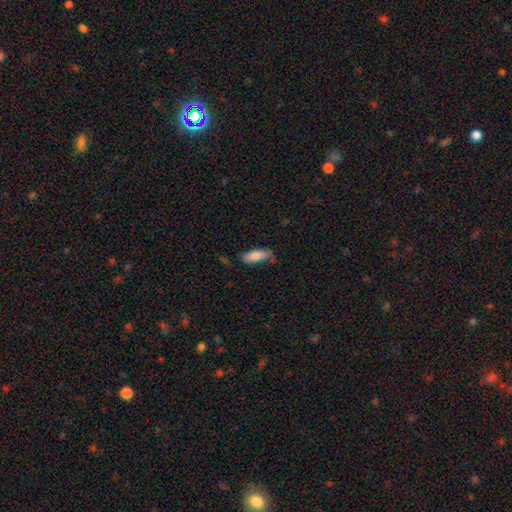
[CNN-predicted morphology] This is clearly a smooth galaxy (85%). How rounded: likely in between (66%). Merging: likely none (67%).